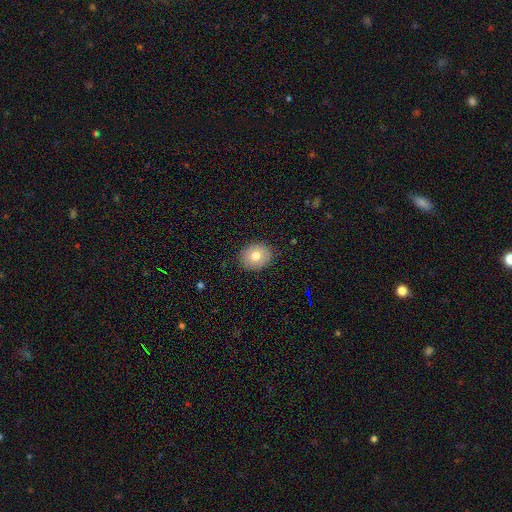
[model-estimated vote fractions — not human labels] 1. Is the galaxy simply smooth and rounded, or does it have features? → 77% smooth, 14% featured or disk, 9% star or artifact.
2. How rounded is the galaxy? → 59% round, 40% in between, 1% cigar-shaped.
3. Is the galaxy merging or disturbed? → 88% none, 9% minor disturbance, 2% major disturbance, 1% merger.